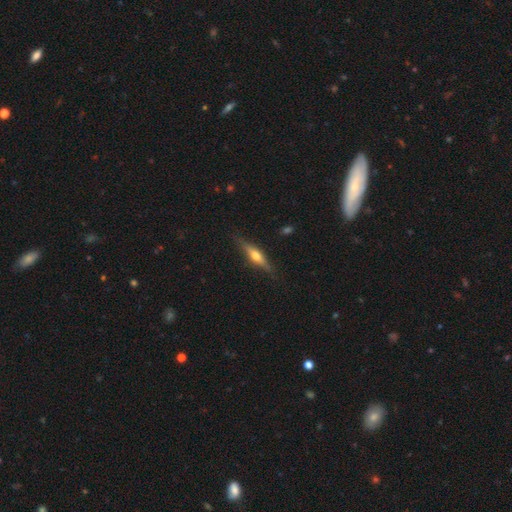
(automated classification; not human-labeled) Q: Smooth or featured?
A: featured or disk (65%); runner-up: smooth (29%)
Q: Edge-on disk?
A: yes (96%); runner-up: no (4%)
Q: Edge-on bulge?
A: rounded (91%); runner-up: boxy (5%)
Q: Merging?
A: none (86%); runner-up: minor disturbance (11%)